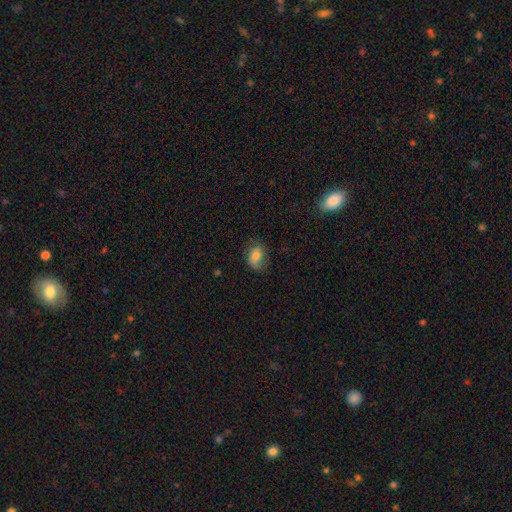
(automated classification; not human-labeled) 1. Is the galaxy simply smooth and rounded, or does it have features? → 68% smooth, 22% featured or disk, 9% star or artifact.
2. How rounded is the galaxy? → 70% in between, 29% round, 1% cigar-shaped.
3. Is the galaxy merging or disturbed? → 67% none, 23% minor disturbance, 9% major disturbance, 1% merger.